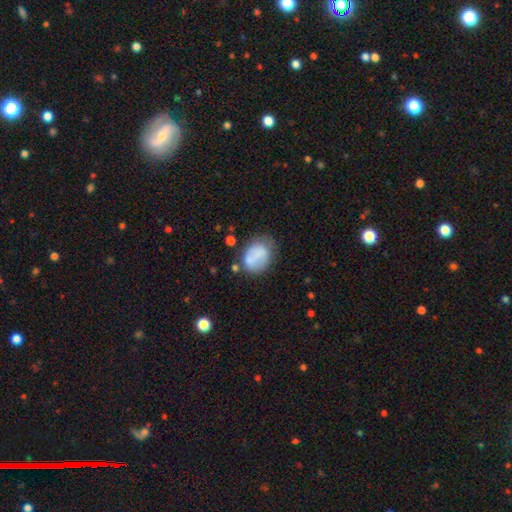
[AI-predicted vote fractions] Morphology: type=smooth (74%); roundness=in between (59%); merging=none (50%).